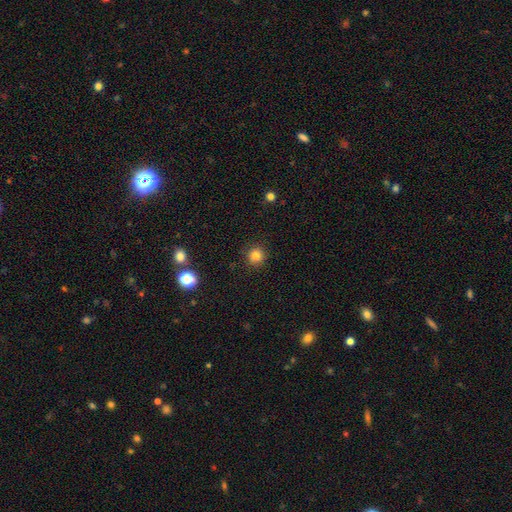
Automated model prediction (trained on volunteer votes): smooth_or_featured: smooth (p=0.82) [alt: star or artifact p=0.13]
how_rounded: round (p=0.93) [alt: in between p=0.06]
merging: none (p=0.91) [alt: minor disturbance p=0.06]